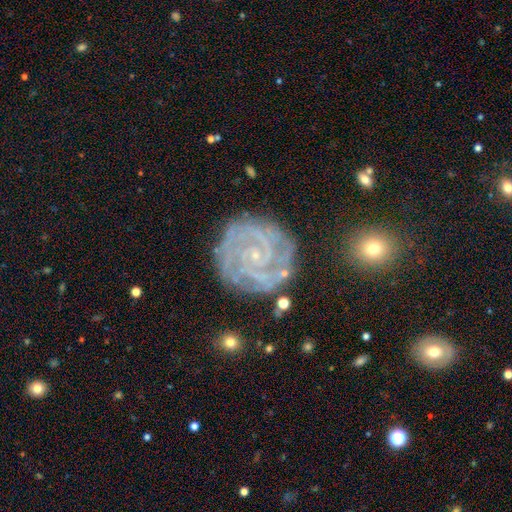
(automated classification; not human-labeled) This is clearly a featured or disk galaxy (87%). It is clearly not viewed edge-on (98%). Bar: likely no (65%). Spiral arm pattern: clearly yes (98%). Spiral arm count: marginally 3 (26%). Spiral winding: likely tight (80%). Central bulge: clearly small (85%). Merging: likely none (79%).